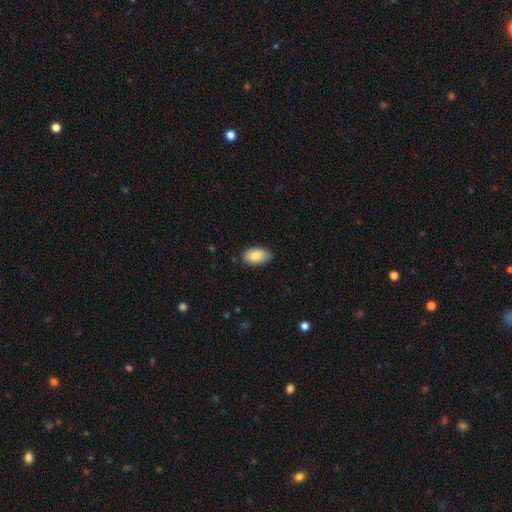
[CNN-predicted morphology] This appears to be a smooth galaxy with no disk features (87%) that is in between round and cigar-shaped (95%). Merging: none (85%).